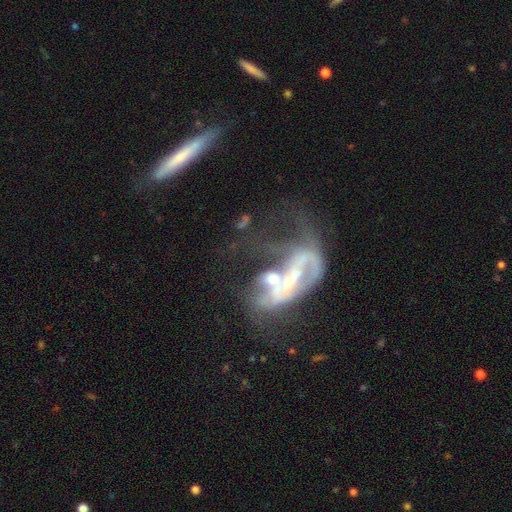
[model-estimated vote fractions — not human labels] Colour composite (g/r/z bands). It shows a featured or disk galaxy (71%) with no bar (59%), no spiral arms (51%) and a small central bulge (41%). Merging: merger (46%).